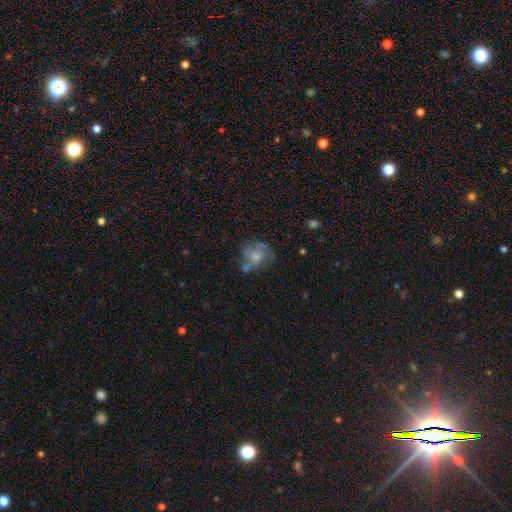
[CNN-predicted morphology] Smooth or featured? featured or disk (55%)
Edge-on disk? no (97%)
Bar? no (76%)
Spiral arms? yes (64%)
Bulge size? small (40%)
Merging? none (47%)